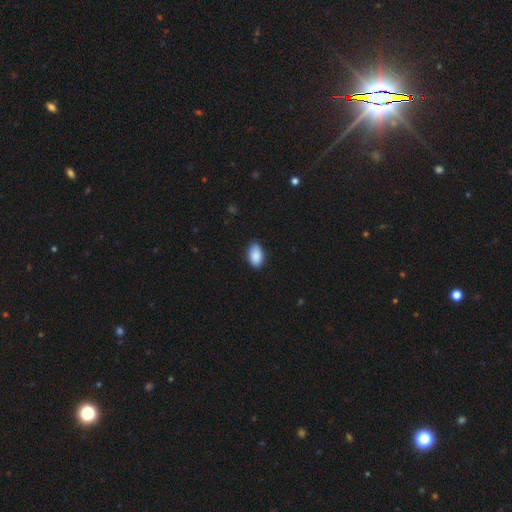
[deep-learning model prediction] The model was most divided on "merging": none: 84%, minor disturbance: 13%, major disturbance: 2%, merger: 1%. More confident: how rounded — in between (93%); smooth or featured — smooth (89%).